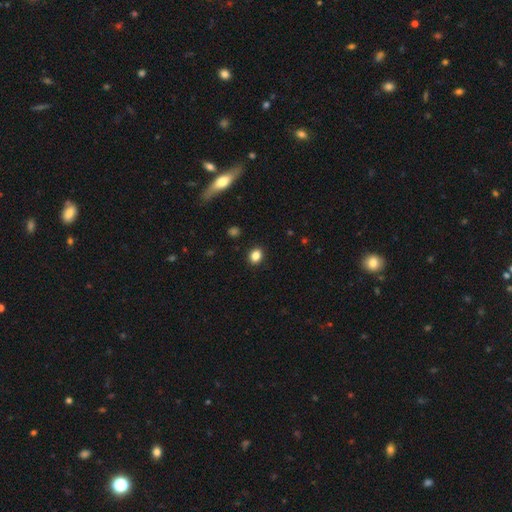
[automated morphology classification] The model was most divided on "how rounded": round: 57%, in between: 42%, cigar-shaped: 1%. More confident: merging — none (91%); smooth or featured — smooth (84%).